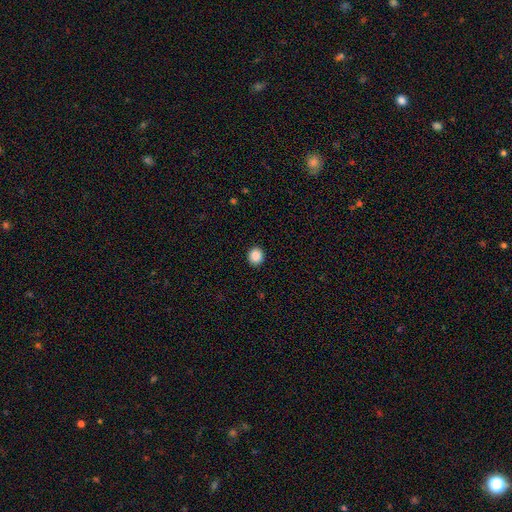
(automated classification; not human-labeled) Overall: smooth (88%). How rounded: round (81%). Merging: none (92%).